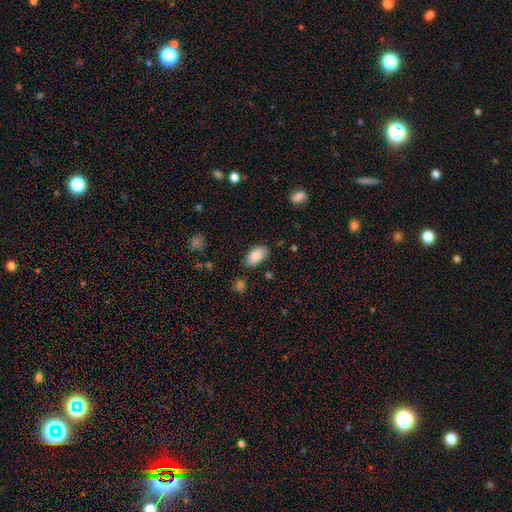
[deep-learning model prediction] Smooth or featured? smooth (87%)
How rounded? in between (94%)
Merging? none (80%)